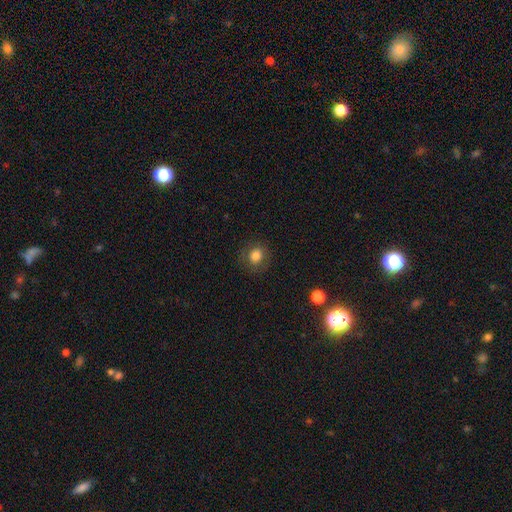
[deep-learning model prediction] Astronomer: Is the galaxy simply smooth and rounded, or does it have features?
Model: smooth — 79%.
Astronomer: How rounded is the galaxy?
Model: round — 78%.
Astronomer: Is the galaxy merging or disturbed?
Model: none — 84%.